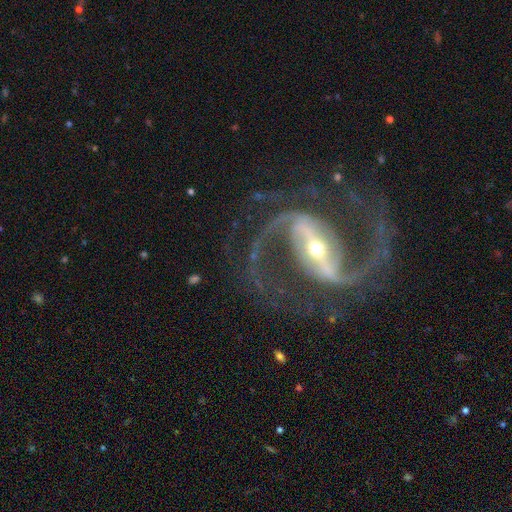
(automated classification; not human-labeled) A featured or disk galaxy (93%) with a strong bar (70%), 2 (94%) medium (65%) spiral arms (98%) and a small central bulge (57%). Merging: none (81%).